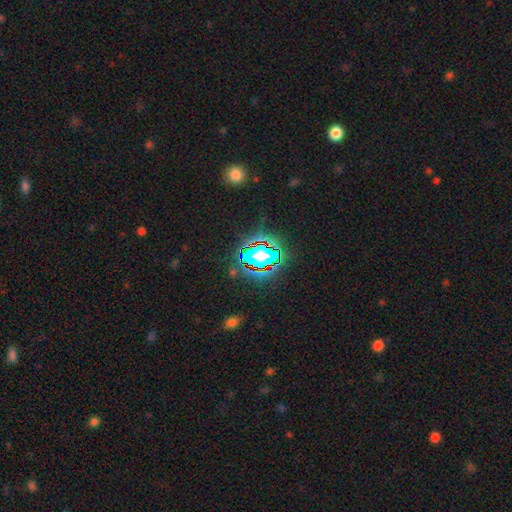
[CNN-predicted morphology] Overall: star or artifact (80%).